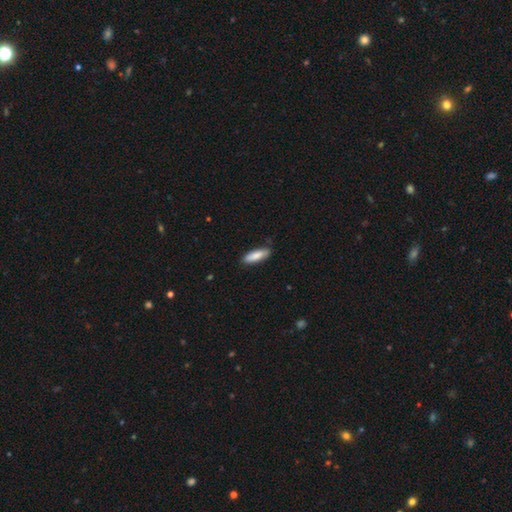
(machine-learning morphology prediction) smooth-or-featured: smooth: 84% | featured or disk: 10% | star or artifact: 6%
  how-rounded: in between: 51% | cigar-shaped: 47% | round: 2%
  merging: none: 82% | minor disturbance: 15% | major disturbance: 2% | merger: 1%